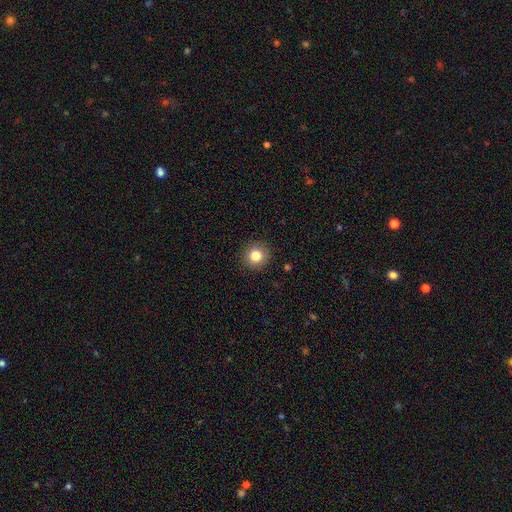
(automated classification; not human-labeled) smooth_or_featured: smooth (p=0.83) [alt: star or artifact p=0.11]
how_rounded: round (p=0.92) [alt: in between p=0.07]
merging: none (p=0.91) [alt: minor disturbance p=0.06]